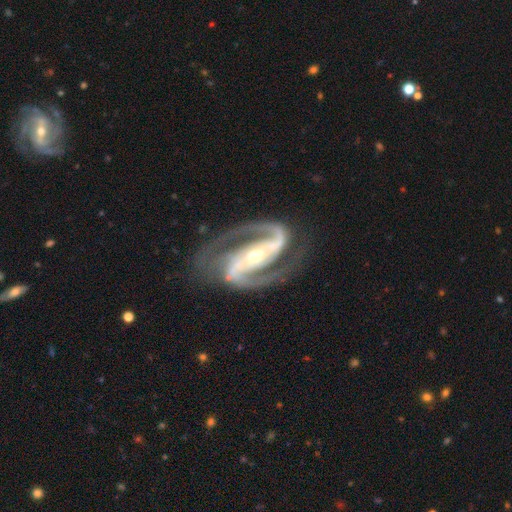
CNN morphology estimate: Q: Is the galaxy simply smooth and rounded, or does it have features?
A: featured or disk — 94%.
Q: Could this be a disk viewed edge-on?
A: no — 97%.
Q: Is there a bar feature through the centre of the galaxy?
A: strong — 66%.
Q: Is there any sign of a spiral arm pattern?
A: yes — 99%.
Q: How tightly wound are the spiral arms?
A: medium — 62%.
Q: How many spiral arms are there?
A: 2 — 94%.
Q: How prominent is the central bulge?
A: small — 51%.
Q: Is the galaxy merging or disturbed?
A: none — 77%.